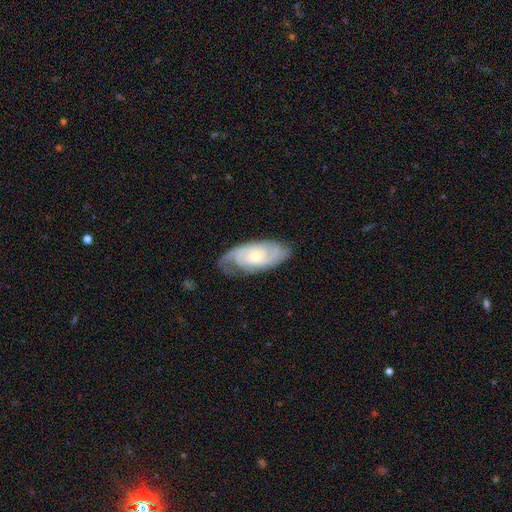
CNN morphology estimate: This is clearly a featured or disk galaxy (82%). It is clearly not viewed edge-on (93%). Bar: likely no (72%). Spiral arm pattern: clearly yes (95%). Spiral arm count: possibly 2 (50%). Spiral winding: possibly tight (56%). Central bulge: possibly small (55%). Merging: likely none (72%).